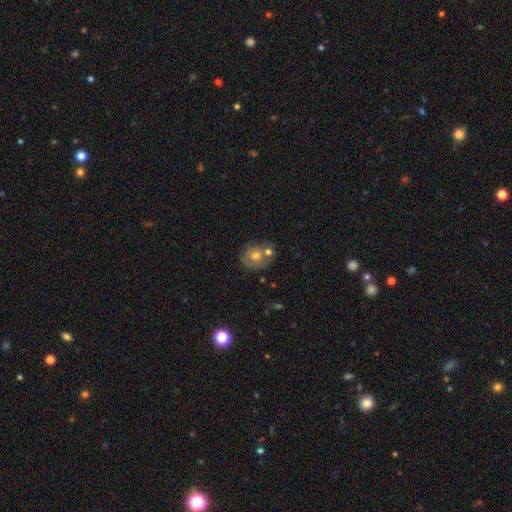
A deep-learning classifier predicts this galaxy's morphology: A smooth galaxy with no disk features (51%) that is round (72%).

Vote fractions:
- Smooth or featured? smooth: 51% / featured or disk: 39% / star or artifact: 10%
- How rounded? round: 72% / in between: 27% / cigar-shaped: 1%
- Merging? none: 46% / merger: 31% / minor disturbance: 16% / major disturbance: 7%